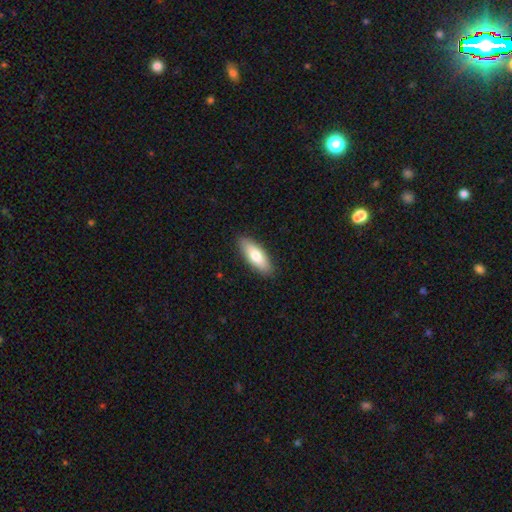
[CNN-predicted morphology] A smooth galaxy with no disk features (74%) that is in between round and cigar-shaped (62%).

Vote fractions:
- Smooth or featured? smooth: 74% / featured or disk: 21% / star or artifact: 6%
- How rounded? in between: 62% / cigar-shaped: 36% / round: 2%
- Merging? none: 89% / minor disturbance: 9% / major disturbance: 2% / merger: 1%